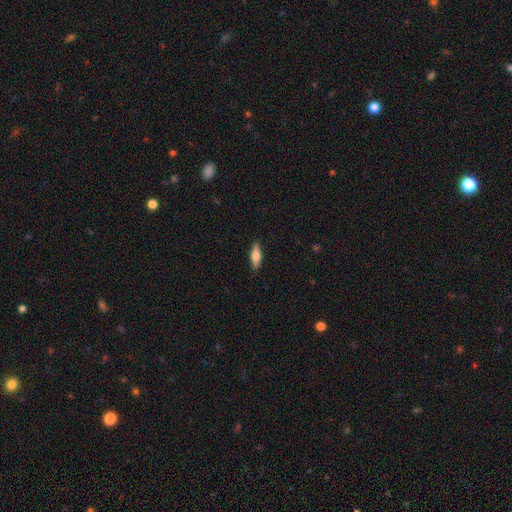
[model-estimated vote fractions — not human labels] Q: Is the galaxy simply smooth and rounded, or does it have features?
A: smooth — 64%.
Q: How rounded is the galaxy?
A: in between — 50%.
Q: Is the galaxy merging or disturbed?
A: none — 89%.